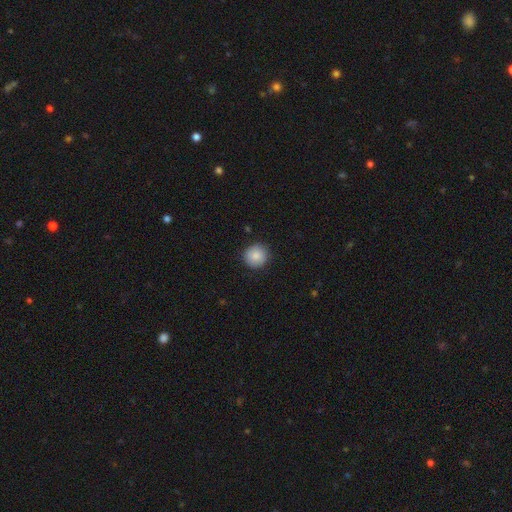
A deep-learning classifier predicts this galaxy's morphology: A smooth galaxy with no disk features (86%) that is round (93%). Merging: none (89%).